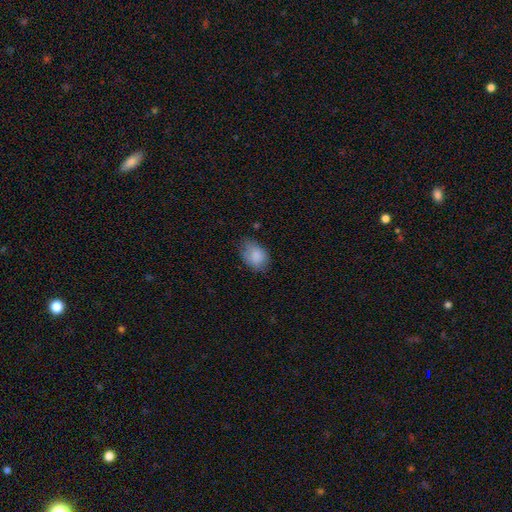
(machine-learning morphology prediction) Smooth or featured? Predicted: smooth (p=0.84). How rounded? Predicted: in between (p=0.81). Merging? Predicted: none (p=0.58).